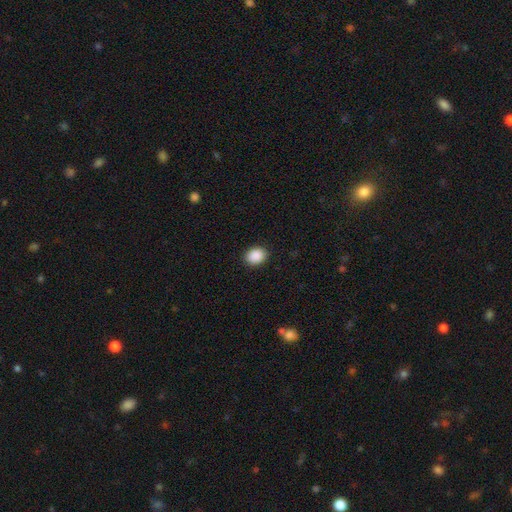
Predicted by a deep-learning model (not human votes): Smooth or featured? Predicted: smooth (p=0.90). How rounded? Predicted: round (p=0.51). Merging? Predicted: none (p=0.91).